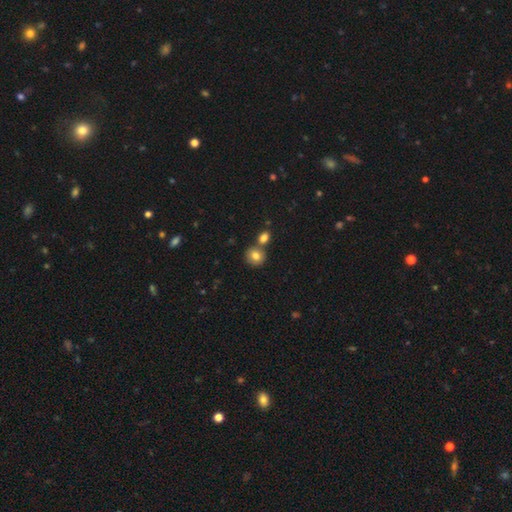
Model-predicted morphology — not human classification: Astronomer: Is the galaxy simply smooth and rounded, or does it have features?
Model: smooth — 80%.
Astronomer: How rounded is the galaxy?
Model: round — 83%.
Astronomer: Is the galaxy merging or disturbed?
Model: none — 62%.